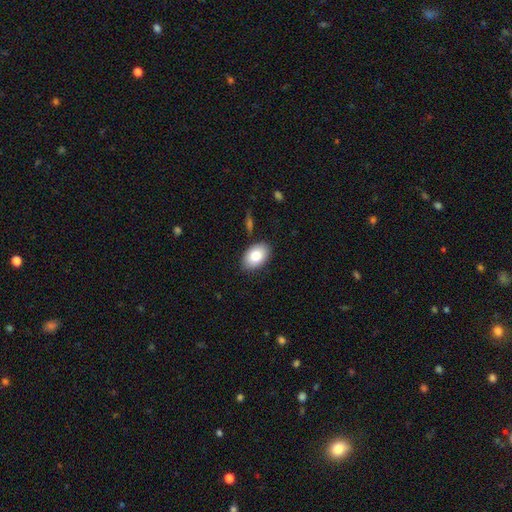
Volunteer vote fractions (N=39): This is clearly a smooth galaxy (87%). How rounded: clearly in between (100%). Merging: clearly none (84%).